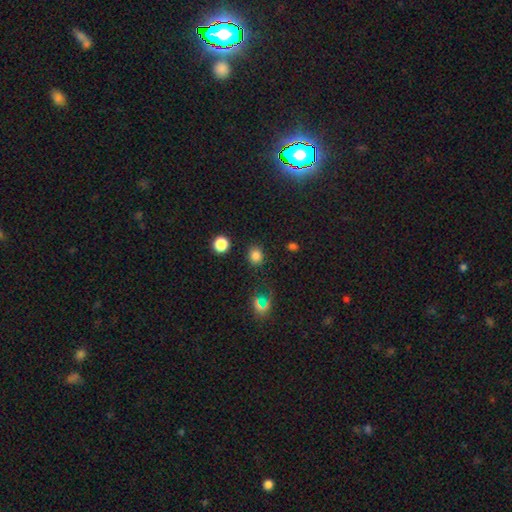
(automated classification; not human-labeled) Smooth or featured? smooth (79%)
How rounded? round (79%)
Merging? none (86%)